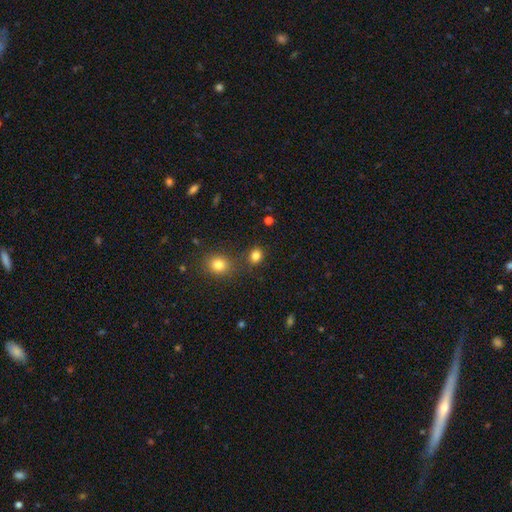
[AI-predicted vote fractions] smooth 82%, star or artifact 13%, featured or disk 5%. Down the decision tree: how rounded — round (64%); merging — none (78%).